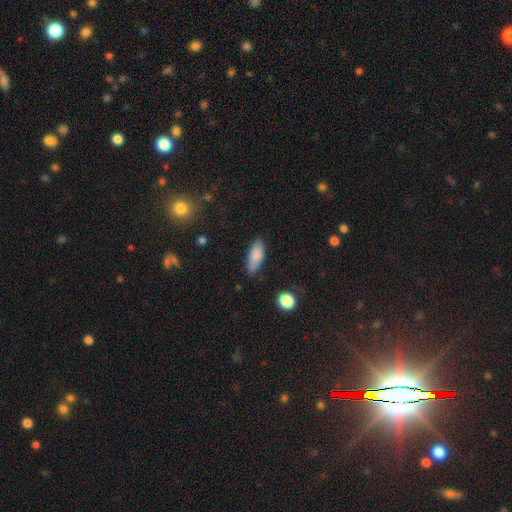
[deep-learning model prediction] smooth 85%, featured or disk 8%, star or artifact 7%. Down the decision tree: how rounded — in between (76%); merging — none (76%).